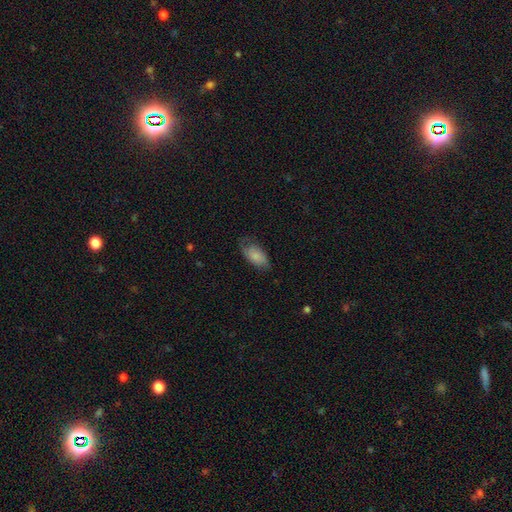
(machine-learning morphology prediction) smooth-or-featured: smooth: 73% | featured or disk: 20% | star or artifact: 7%
  how-rounded: in between: 93% | round: 4% | cigar-shaped: 3%
  merging: none: 60% | minor disturbance: 29% | major disturbance: 10% | merger: 1%